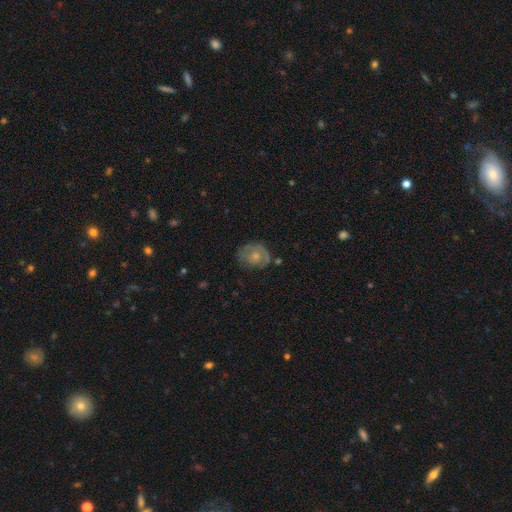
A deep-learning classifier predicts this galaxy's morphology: A featured or disk galaxy (47%). Merging: none (57%).